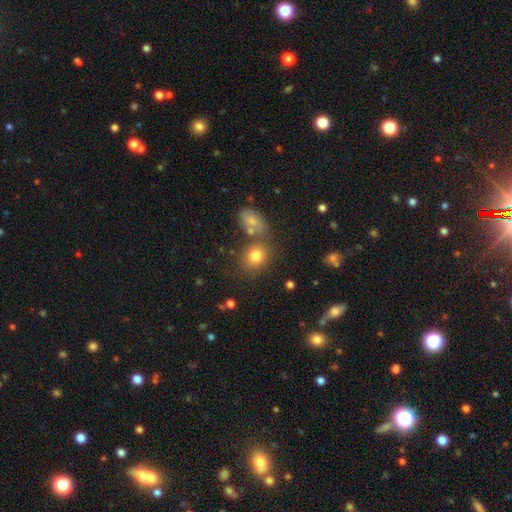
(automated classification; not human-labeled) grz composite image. It shows a smooth galaxy with no disk features (79%) that is round (67%). Merging: none (67%).